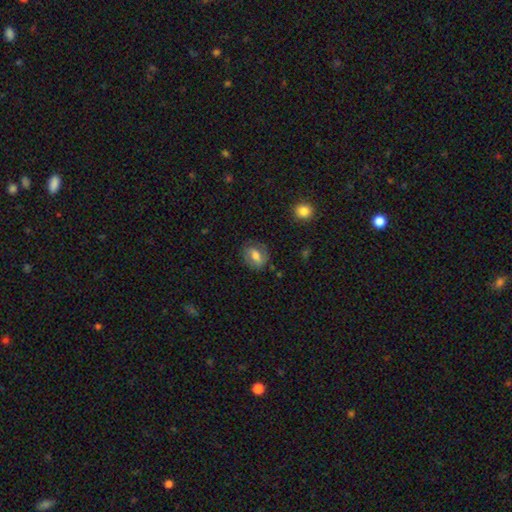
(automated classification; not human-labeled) Morphology: type=smooth (51%); roundness=in between (57%); merging=none (74%).